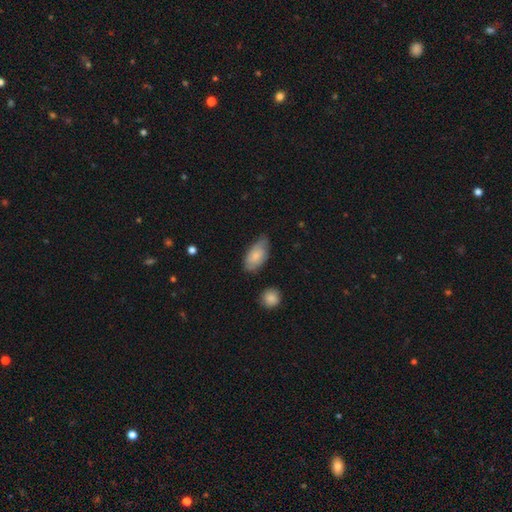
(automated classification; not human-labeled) Q: Smooth or featured?
A: smooth (70%); runner-up: featured or disk (24%)
Q: How rounded?
A: in between (92%); runner-up: cigar-shaped (4%)
Q: Merging?
A: none (65%); runner-up: minor disturbance (27%)